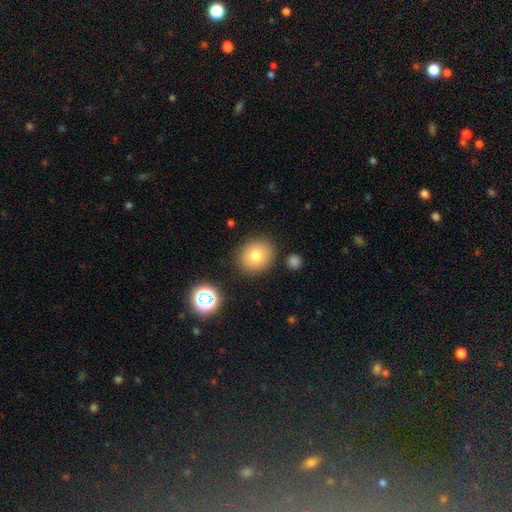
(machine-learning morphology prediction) smooth 77%, featured or disk 12%, star or artifact 11%. Down the decision tree: how rounded — round (75%); merging — none (85%).